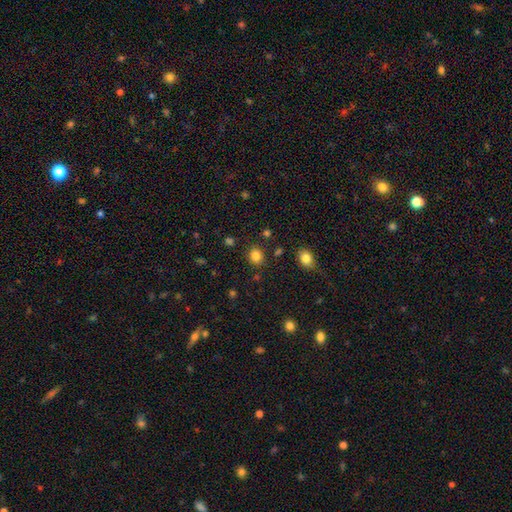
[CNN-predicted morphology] A smooth galaxy with no disk features (84%) that is round (70%). Merging: none (85%).